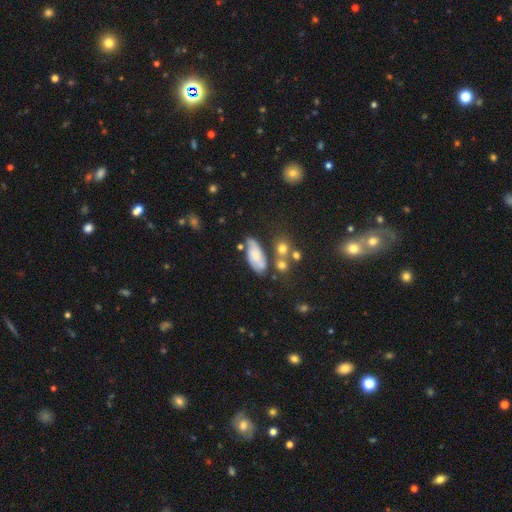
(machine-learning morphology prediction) Smooth or featured: smooth — 52% (featured or disk — 39%)
How rounded: in between — 83% (cigar-shaped — 13%)
Merging: none — 55% (minor disturbance — 23%)